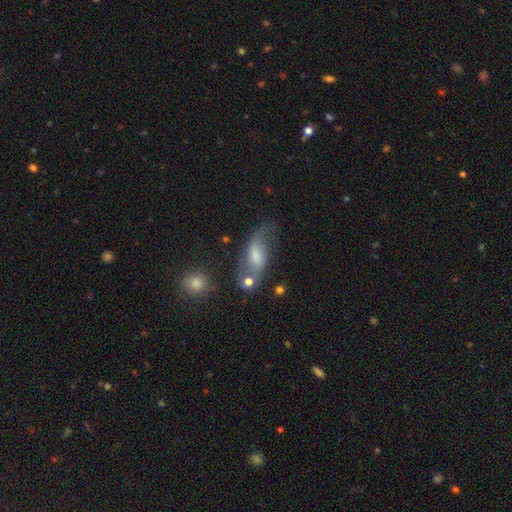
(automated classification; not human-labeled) A featured or disk galaxy (56%). Merging: none (48%).